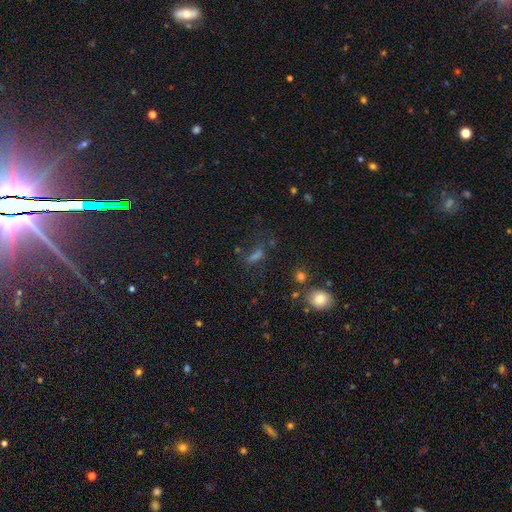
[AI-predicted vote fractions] A smooth galaxy with no disk features (45%).

Vote fractions:
- Smooth or featured? smooth: 45% / star or artifact: 38% / featured or disk: 16%
- Merging? none: 58% / minor disturbance: 17% / major disturbance: 16% / merger: 8%